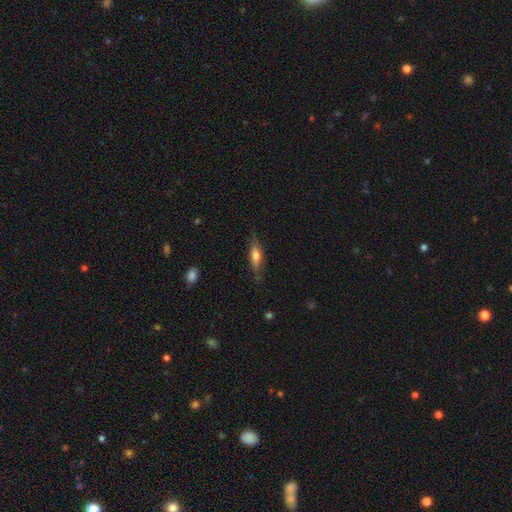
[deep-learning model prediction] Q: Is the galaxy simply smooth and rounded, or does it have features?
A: smooth — 61%.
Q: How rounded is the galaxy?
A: cigar-shaped — 52%.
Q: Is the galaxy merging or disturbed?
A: none — 76%.